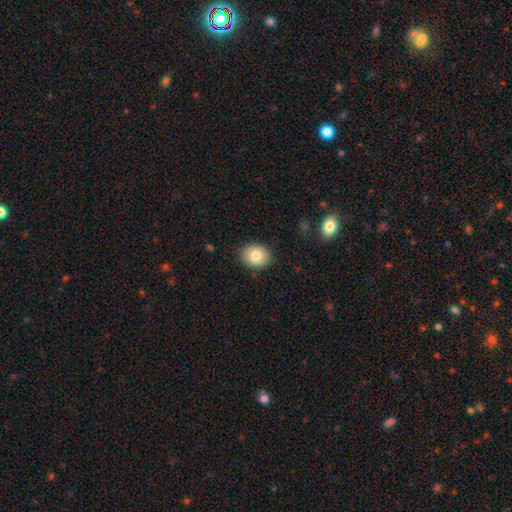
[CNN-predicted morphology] This is clearly a smooth galaxy (81%). How rounded: possibly round (59%). Merging: clearly none (88%).